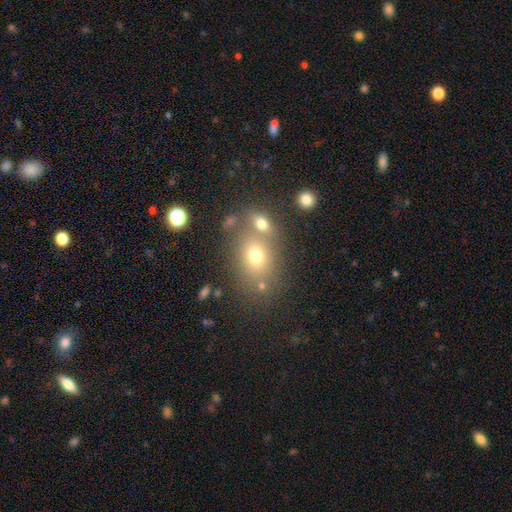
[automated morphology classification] type=smooth (67%); roundness=in between (58%); merging=none (56%).